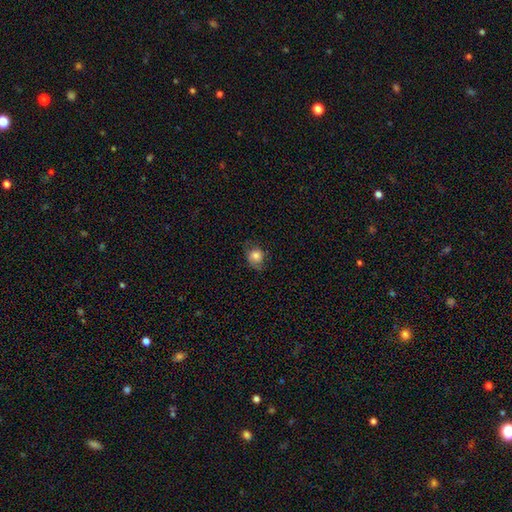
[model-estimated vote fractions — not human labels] Smooth or featured: smooth — 73% (featured or disk — 18%)
How rounded: round — 66% (in between — 33%)
Merging: none — 63% (minor disturbance — 25%)